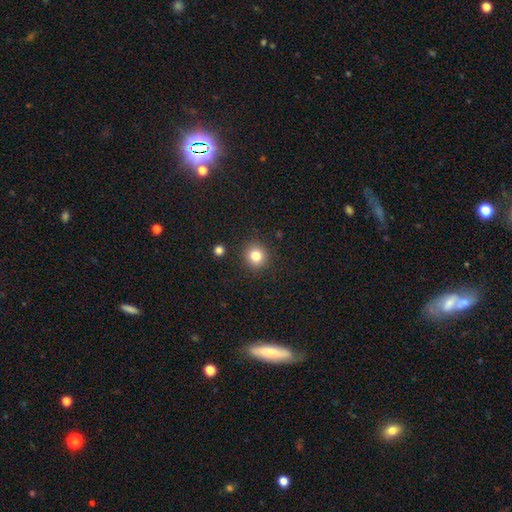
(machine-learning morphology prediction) A smooth galaxy with no disk features (82%) that is round (90%).

Vote fractions:
- Smooth or featured? smooth: 82% / star or artifact: 12% / featured or disk: 6%
- How rounded? round: 90% / in between: 9% / cigar-shaped: 1%
- Merging? none: 90% / minor disturbance: 6% / major disturbance: 2% / merger: 2%